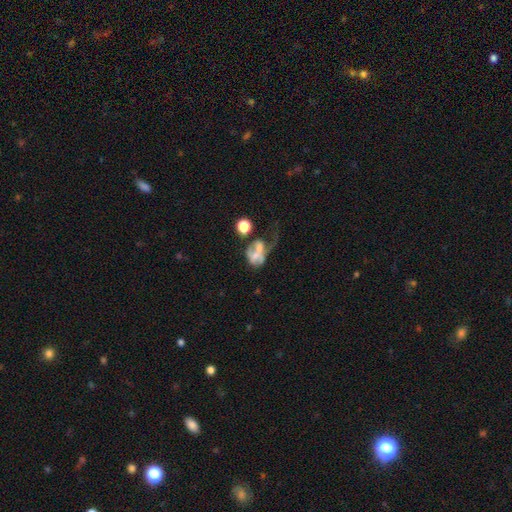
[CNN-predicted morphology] Overall: featured or disk (50%; smooth 37%). Edge-on disk: no (96%). Merging: major disturbance (39%; merger 36%).